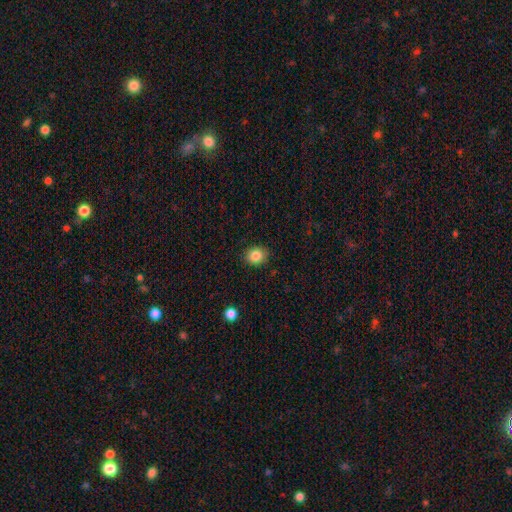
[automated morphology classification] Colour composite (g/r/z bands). It shows a smooth galaxy with no disk features (84%) that is round (66%). Merging: none (89%).